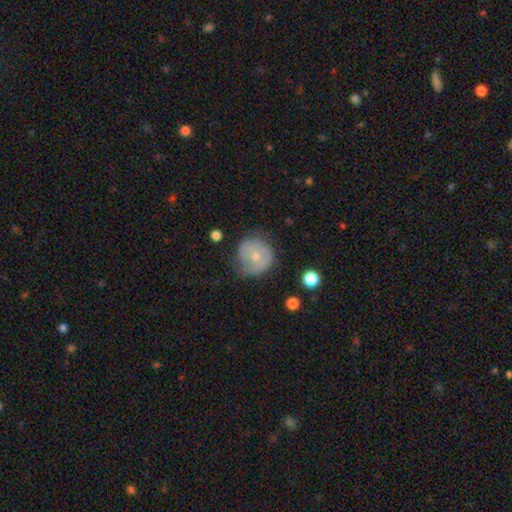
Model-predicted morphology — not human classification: Q: Smooth or featured?
A: smooth (54%); runner-up: featured or disk (38%)
Q: How rounded?
A: round (87%); runner-up: in between (12%)
Q: Merging?
A: none (55%); runner-up: minor disturbance (32%)